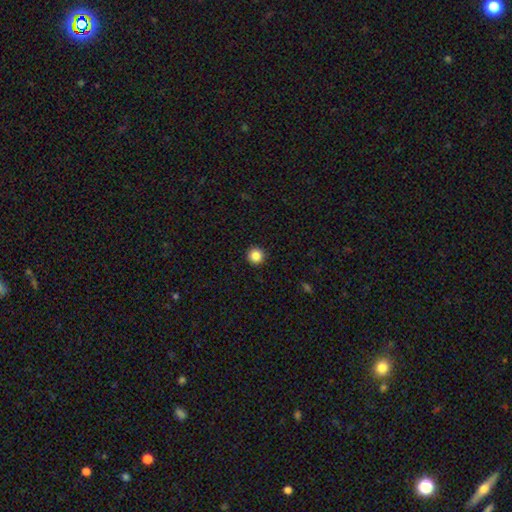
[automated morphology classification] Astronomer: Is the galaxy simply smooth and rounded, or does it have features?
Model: smooth — 86%.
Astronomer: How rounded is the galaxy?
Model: round — 96%.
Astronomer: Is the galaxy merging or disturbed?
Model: none — 94%.